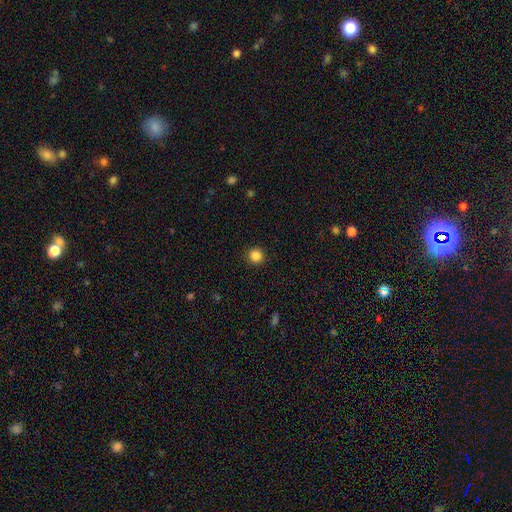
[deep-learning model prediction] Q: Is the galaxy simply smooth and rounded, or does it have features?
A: smooth — 85%.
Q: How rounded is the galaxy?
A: round — 94%.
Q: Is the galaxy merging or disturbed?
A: none — 92%.